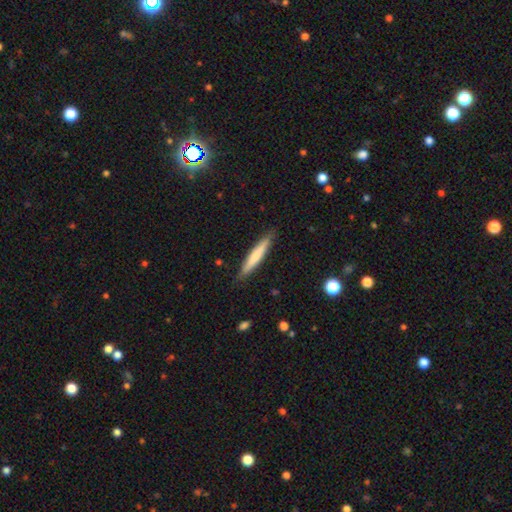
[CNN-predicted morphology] A smooth galaxy with no disk features (69%) that is cigar-shaped (93%).

Vote fractions:
- Smooth or featured? smooth: 69% / featured or disk: 26% / star or artifact: 5%
- How rounded? cigar-shaped: 93% / in between: 6% / round: 1%
- Merging? none: 88% / minor disturbance: 9% / major disturbance: 2% / merger: 1%